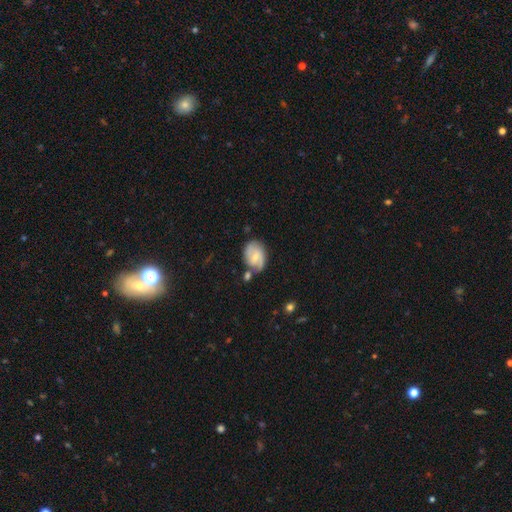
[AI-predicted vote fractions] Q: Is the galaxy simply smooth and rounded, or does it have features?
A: featured or disk — 60%.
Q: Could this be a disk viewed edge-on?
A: no — 96%.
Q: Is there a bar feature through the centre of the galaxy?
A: no — 47%.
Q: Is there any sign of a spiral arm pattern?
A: yes — 84%.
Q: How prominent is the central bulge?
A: small — 55%.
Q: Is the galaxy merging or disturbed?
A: none — 49%.